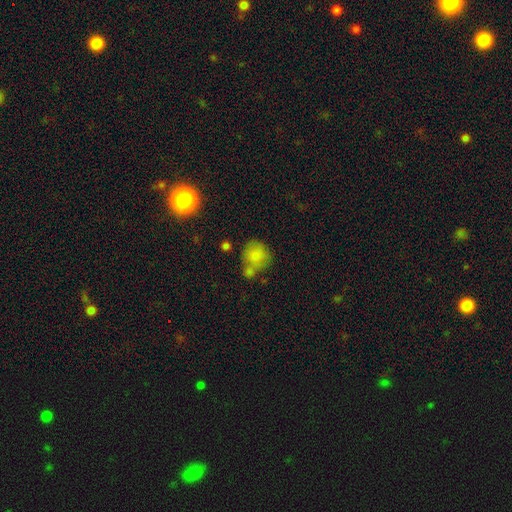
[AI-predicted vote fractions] smooth-or-featured: smooth: 80% | featured or disk: 10% | star or artifact: 10%
  how-rounded: round: 82% | in between: 17% | cigar-shaped: 1%
  merging: none: 48% | merger: 31% | minor disturbance: 15% | major disturbance: 6%